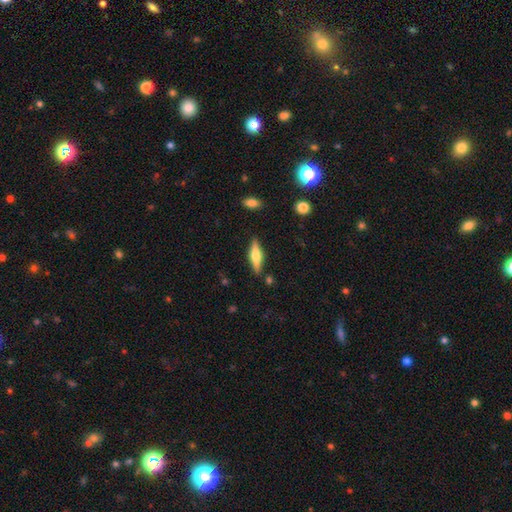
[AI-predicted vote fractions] featured or disk 54%, smooth 40%, star or artifact 7%. Down the decision tree: edge-on disk — yes (95%); edge-on bulge — rounded (85%); merging — none (85%).